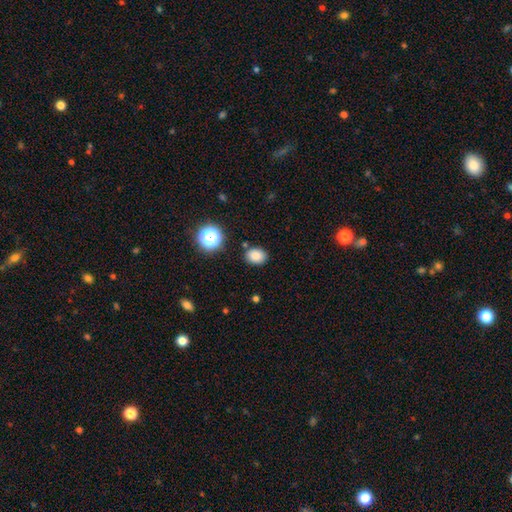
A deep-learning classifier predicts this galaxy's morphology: The model was most divided on "how rounded": in between: 56%, round: 43%, cigar-shaped: 1%. More confident: merging — none (84%); smooth or featured — smooth (83%).